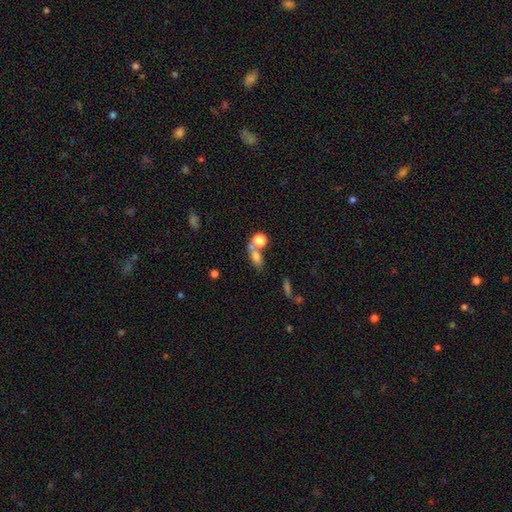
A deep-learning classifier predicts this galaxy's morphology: Q: Smooth or featured?
A: smooth (72%); runner-up: featured or disk (15%)
Q: How rounded?
A: in between (59%); runner-up: round (32%)
Q: Merging?
A: merger (43%); runner-up: none (40%)